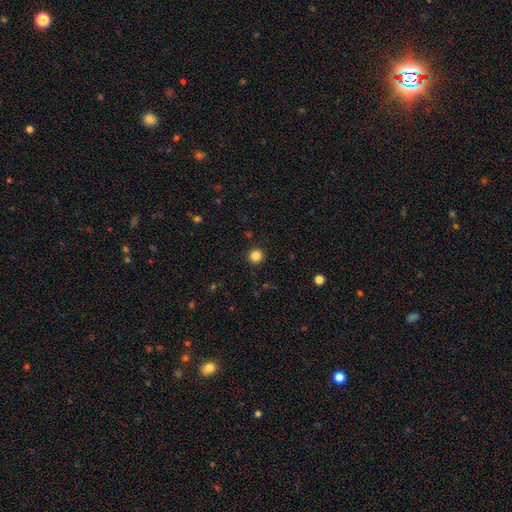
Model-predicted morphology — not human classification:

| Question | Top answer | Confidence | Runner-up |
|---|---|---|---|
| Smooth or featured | smooth | 85% | star or artifact (11%) |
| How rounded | round | 95% | in between (4%) |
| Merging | none | 93% | minor disturbance (5%) |